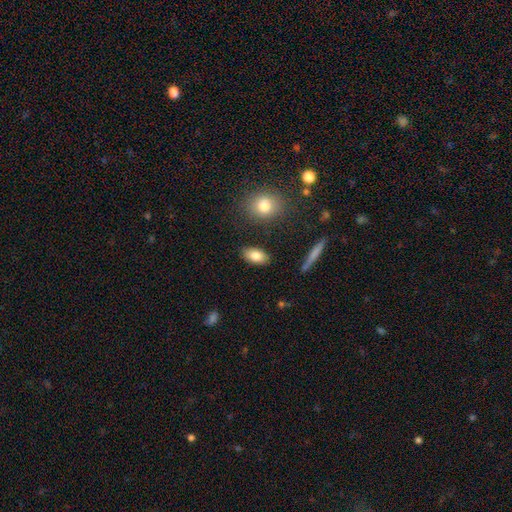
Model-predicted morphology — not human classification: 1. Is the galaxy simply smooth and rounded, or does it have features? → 82% smooth, 10% featured or disk, 8% star or artifact.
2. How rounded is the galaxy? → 90% in between, 5% cigar-shaped, 5% round.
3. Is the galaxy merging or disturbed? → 85% none, 10% minor disturbance, 3% major disturbance, 2% merger.